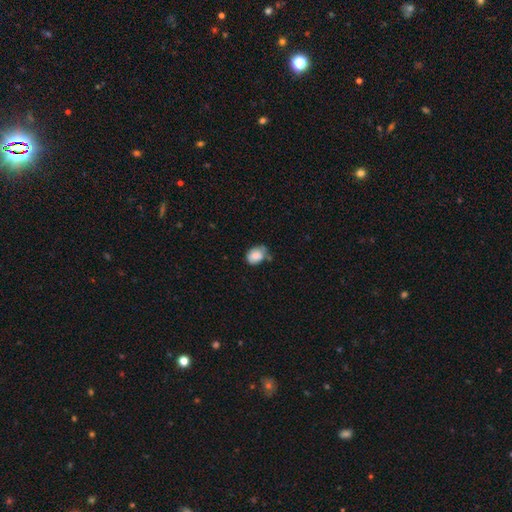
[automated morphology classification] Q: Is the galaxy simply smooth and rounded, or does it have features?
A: smooth — 81%.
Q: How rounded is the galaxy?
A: in between — 60%.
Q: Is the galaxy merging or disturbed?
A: none — 46%.